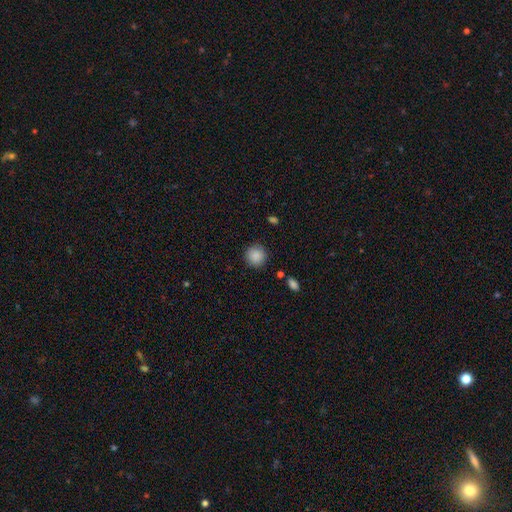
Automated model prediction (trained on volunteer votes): The model was most divided on "smooth or featured": smooth: 88%, star or artifact: 8%, featured or disk: 3%. More confident: how rounded — round (92%); merging — none (88%).